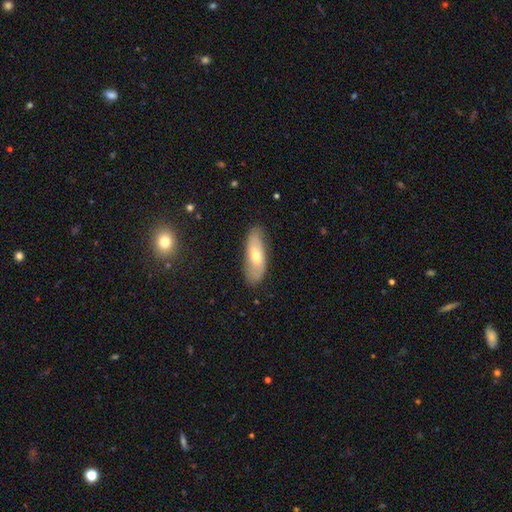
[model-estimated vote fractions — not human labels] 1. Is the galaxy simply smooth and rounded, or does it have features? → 55% smooth, 38% featured or disk, 7% star or artifact.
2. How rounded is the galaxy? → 61% in between, 36% cigar-shaped, 3% round.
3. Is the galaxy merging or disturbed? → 82% none, 14% minor disturbance, 3% major disturbance, 1% merger.